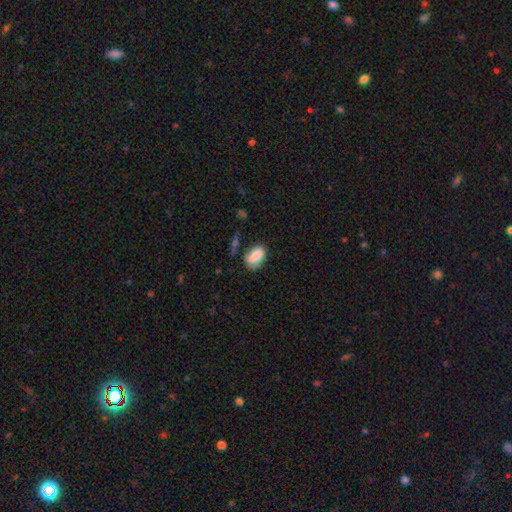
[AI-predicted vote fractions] A smooth galaxy with no disk features (82%) that is in between round and cigar-shaped (90%).

Vote fractions:
- Smooth or featured? smooth: 82% / featured or disk: 11% / star or artifact: 8%
- How rounded? in between: 90% / round: 8% / cigar-shaped: 2%
- Merging? none: 57% / minor disturbance: 28% / major disturbance: 9% / merger: 5%